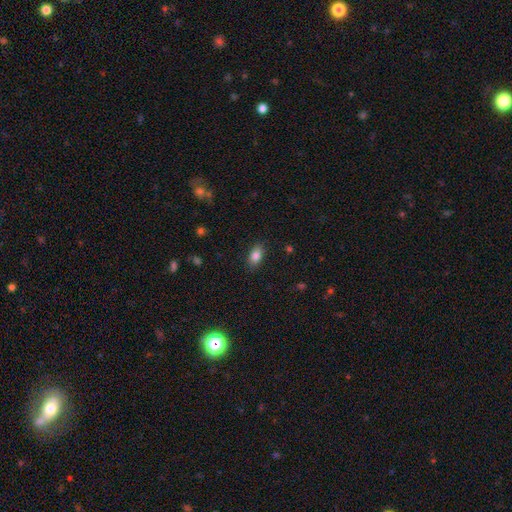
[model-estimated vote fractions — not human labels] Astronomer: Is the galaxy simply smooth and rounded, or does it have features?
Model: smooth — 85%.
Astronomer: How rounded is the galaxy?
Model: in between — 89%.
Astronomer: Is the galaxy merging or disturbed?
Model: none — 87%.